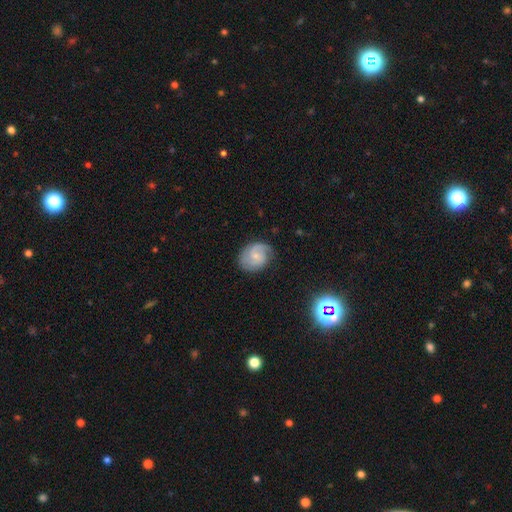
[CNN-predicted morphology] Smooth or featured: featured or disk — 67% (smooth — 26%)
Edge-on disk: no — 97% (yes — 3%)
Bar: no — 49% (weak — 44%)
Spiral arms: yes — 93% (no — 7%)
Spiral winding: medium — 45% (tight — 36%)
Spiral arm count: 2 — 67% (can't tell — 14%)
Bulge size: small — 64% (moderate — 27%)
Merging: none — 74% (minor disturbance — 19%)